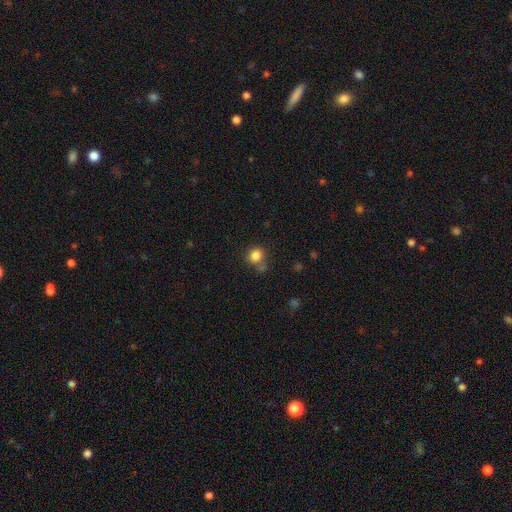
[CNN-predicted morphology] Overall: smooth (84%). How rounded: round (82%). Merging: none (68%).